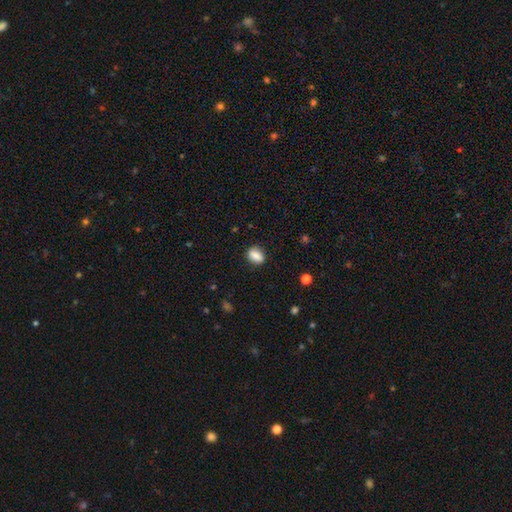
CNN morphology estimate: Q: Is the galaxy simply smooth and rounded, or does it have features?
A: smooth — 86%.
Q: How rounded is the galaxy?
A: in between — 74%.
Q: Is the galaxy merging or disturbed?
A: none — 84%.